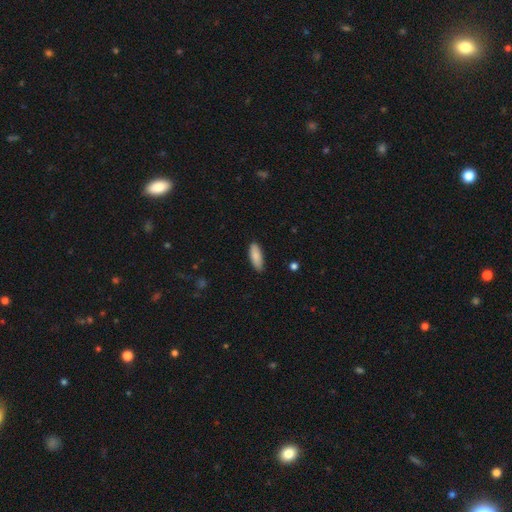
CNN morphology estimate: The model was most divided on "how rounded": in between: 67%, cigar-shaped: 31%, round: 2%. More confident: smooth or featured — smooth (88%); merging — none (88%).